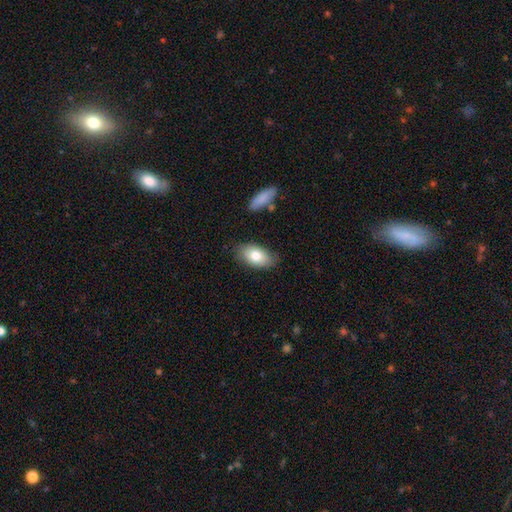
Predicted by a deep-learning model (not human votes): smooth_or_featured: smooth (p=0.77) [alt: featured or disk p=0.16]
how_rounded: in between (p=0.92) [alt: round p=0.05]
merging: none (p=0.80) [alt: minor disturbance p=0.15]